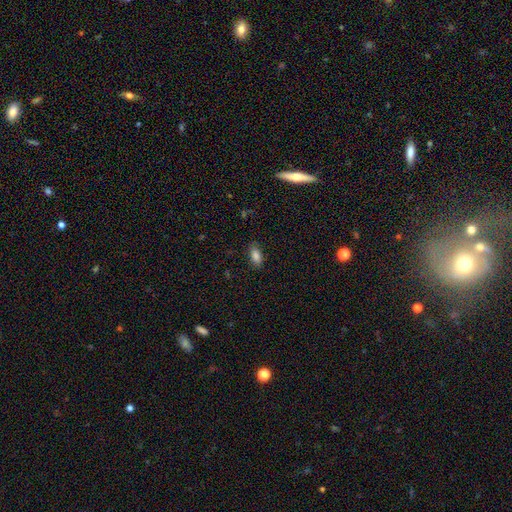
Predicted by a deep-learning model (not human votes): Smooth or featured: smooth — 85% (star or artifact — 9%)
How rounded: in between — 87% (cigar-shaped — 10%)
Merging: none — 84% (minor disturbance — 12%)